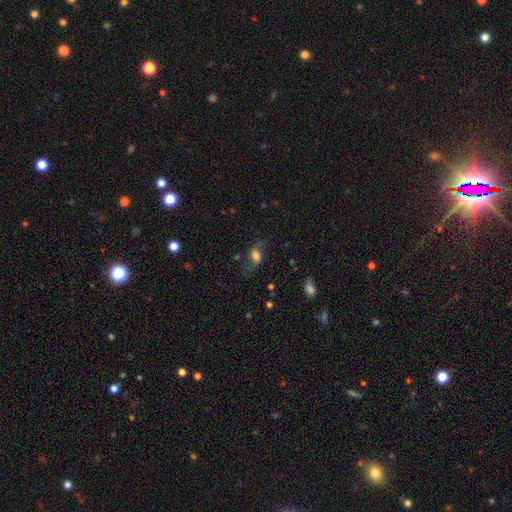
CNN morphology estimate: The model was most divided on "smooth or featured": smooth: 51%, featured or disk: 38%, star or artifact: 11%. More confident: how rounded — in between (78%); merging — none (58%).